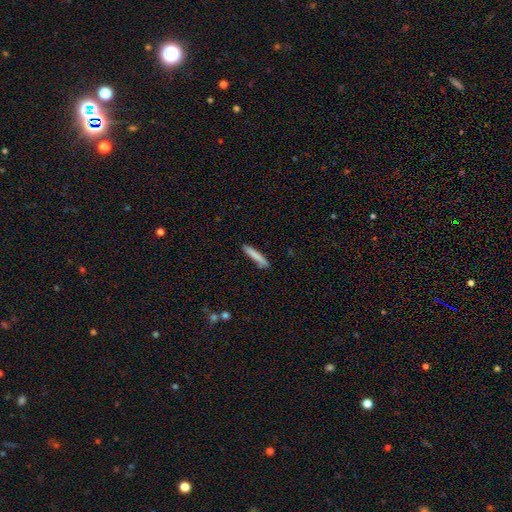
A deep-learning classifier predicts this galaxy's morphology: Overall: smooth (83%). How rounded: cigar-shaped (92%). Merging: none (87%).